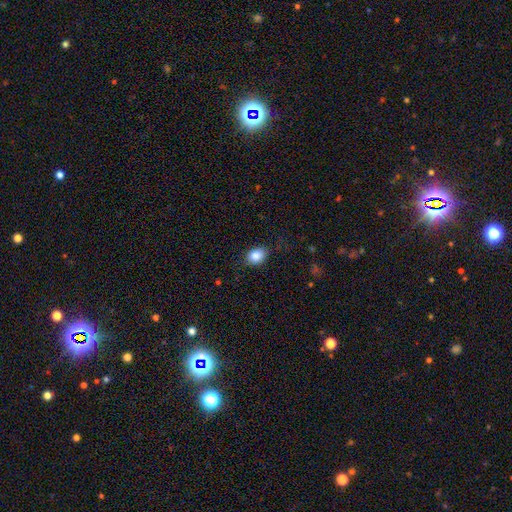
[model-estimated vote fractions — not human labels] smooth 85%, star or artifact 9%, featured or disk 6%. Down the decision tree: how rounded — in between (68%); merging — none (83%).